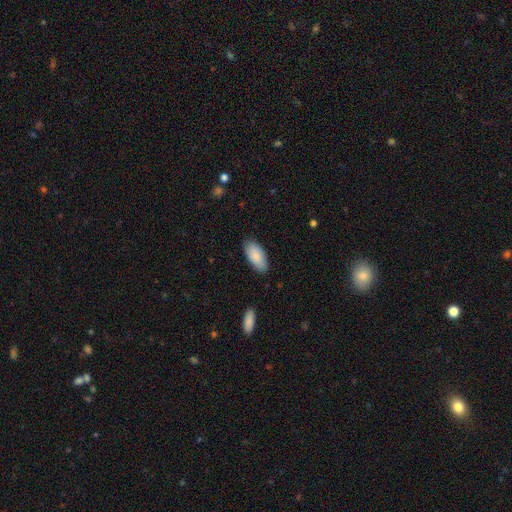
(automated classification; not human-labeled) Q: Smooth or featured?
A: smooth (87%); runner-up: featured or disk (7%)
Q: How rounded?
A: in between (91%); runner-up: cigar-shaped (7%)
Q: Merging?
A: none (85%); runner-up: minor disturbance (11%)